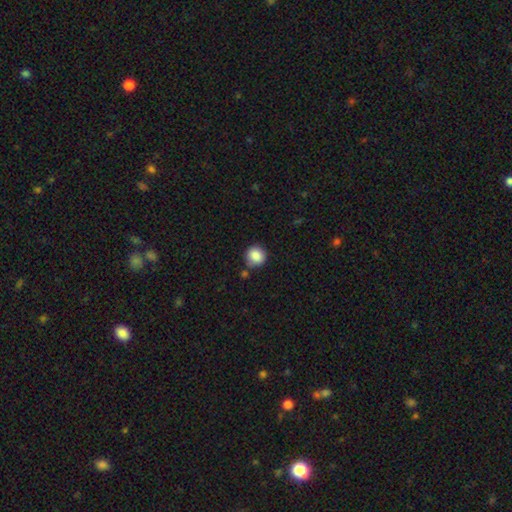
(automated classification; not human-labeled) smooth-or-featured: smooth: 87% | star or artifact: 9% | featured or disk: 4%
  how-rounded: round: 92% | in between: 8% | cigar-shaped: 1%
  merging: none: 81% | minor disturbance: 11% | merger: 6% | major disturbance: 3%